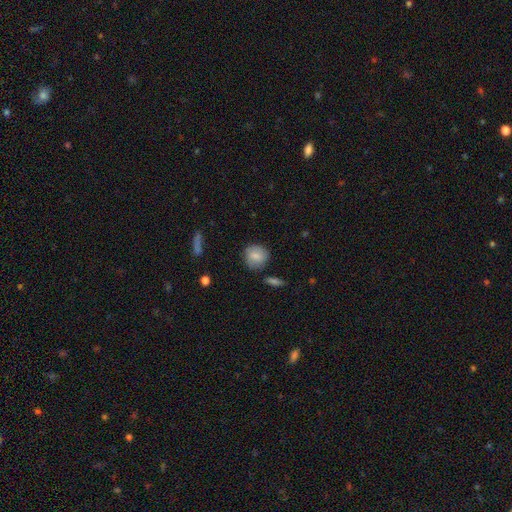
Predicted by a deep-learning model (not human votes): This is likely a smooth galaxy (74%). How rounded: clearly round (82%). Merging: likely none (76%).